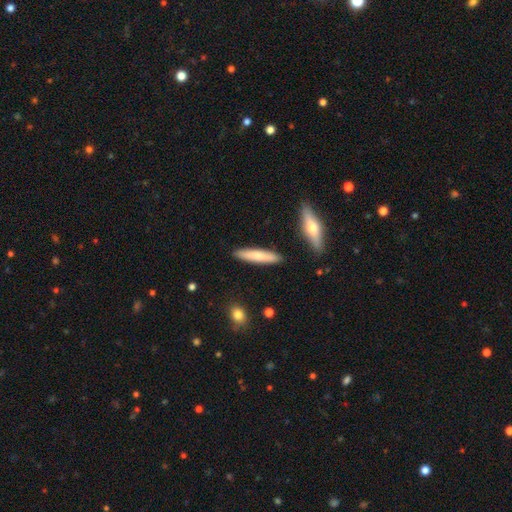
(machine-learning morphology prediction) smooth_or_featured: smooth (p=0.69) [alt: featured or disk p=0.25]
how_rounded: cigar-shaped (p=0.84) [alt: in between p=0.14]
merging: none (p=0.88) [alt: minor disturbance p=0.08]